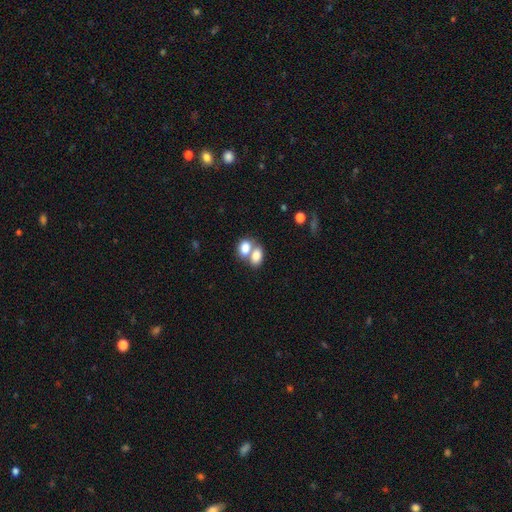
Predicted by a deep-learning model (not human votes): This appears to be a smooth galaxy with no disk features (79%) that is in between round and cigar-shaped (81%). Merging: merger (64%).